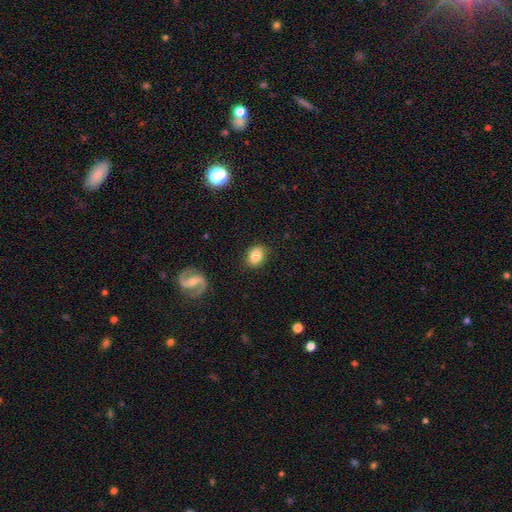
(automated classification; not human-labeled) Q: Smooth or featured?
A: smooth (80%); runner-up: featured or disk (12%)
Q: How rounded?
A: in between (58%); runner-up: round (41%)
Q: Merging?
A: none (84%); runner-up: minor disturbance (12%)